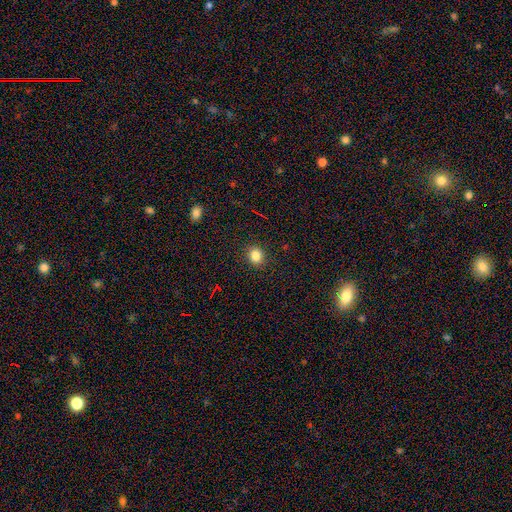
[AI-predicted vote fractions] A smooth galaxy with no disk features (83%) that is round (62%). Merging: none (89%).